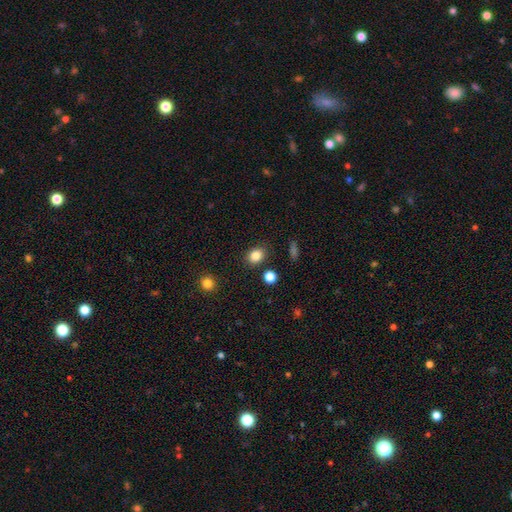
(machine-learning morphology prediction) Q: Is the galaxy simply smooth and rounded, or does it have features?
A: smooth — 84%.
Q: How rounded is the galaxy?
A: round — 54%.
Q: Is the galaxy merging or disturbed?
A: none — 85%.